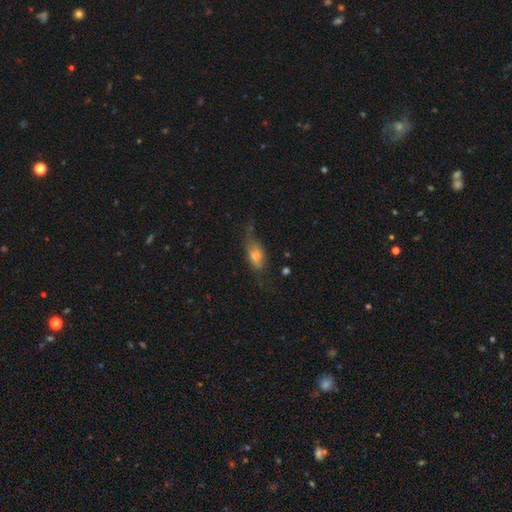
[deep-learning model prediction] Smooth or featured? Predicted: smooth (p=0.63). How rounded? Predicted: in between (p=0.80). Merging? Predicted: none (p=0.39).